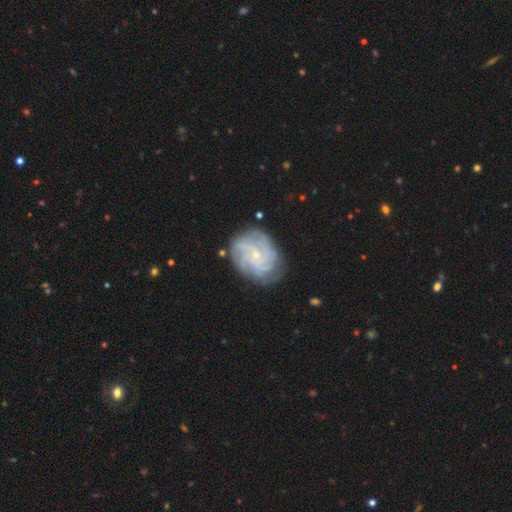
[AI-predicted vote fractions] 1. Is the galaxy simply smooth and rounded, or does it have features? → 78% featured or disk, 14% smooth, 7% star or artifact.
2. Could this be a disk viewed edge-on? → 98% no, 2% yes.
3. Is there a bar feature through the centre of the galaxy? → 72% no, 25% weak, 4% strong.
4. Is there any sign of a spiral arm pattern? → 94% yes, 6% no.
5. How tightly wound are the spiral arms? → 57% tight, 34% medium, 10% loose.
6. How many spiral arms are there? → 30% 4, 29% can't tell, 13% more than 4, 13% 3, 8% 2, 7% 1.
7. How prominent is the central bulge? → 81% small, 14% moderate, 3% none, 1% large, 1% dominant.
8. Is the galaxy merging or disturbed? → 78% none, 15% minor disturbance, 6% major disturbance, 1% merger.